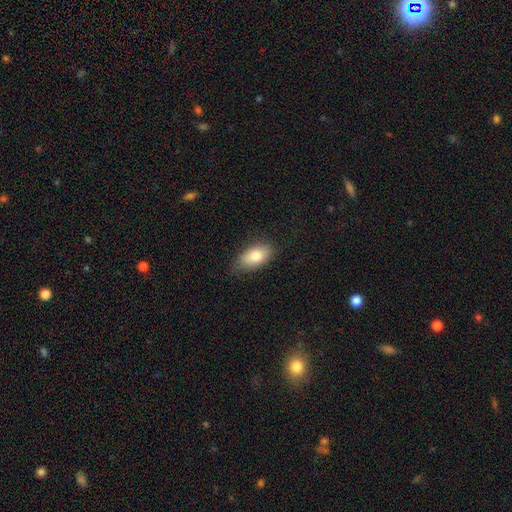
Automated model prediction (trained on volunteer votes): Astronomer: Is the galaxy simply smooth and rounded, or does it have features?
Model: smooth — 79%.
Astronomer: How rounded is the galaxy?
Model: in between — 91%.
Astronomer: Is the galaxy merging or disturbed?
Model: none — 77%.